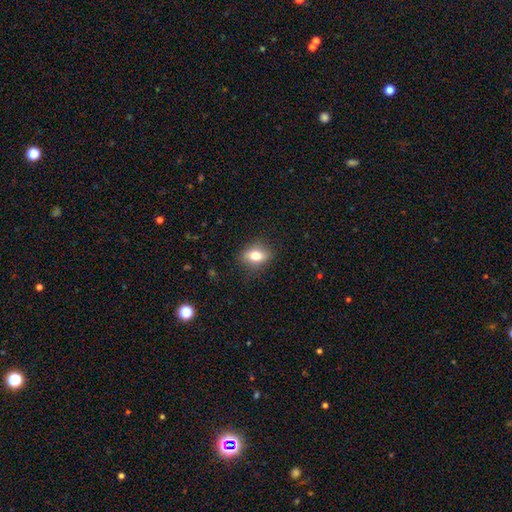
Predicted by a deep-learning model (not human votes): Smooth or featured: smooth — 72% (featured or disk — 18%)
How rounded: in between — 66% (round — 31%)
Merging: none — 84% (minor disturbance — 12%)